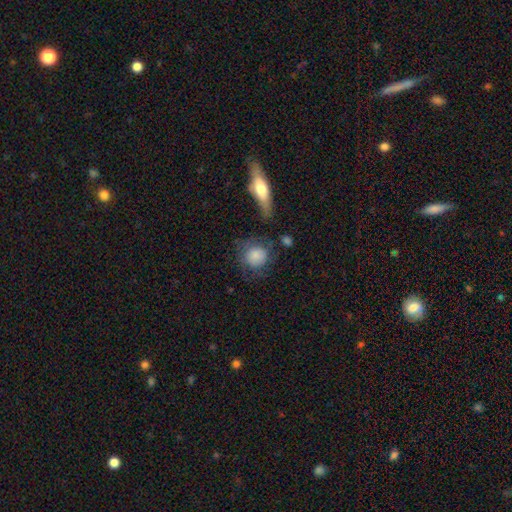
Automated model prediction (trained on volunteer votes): This is likely a smooth galaxy (79%). How rounded: clearly round (82%). Merging: possibly none (54%).